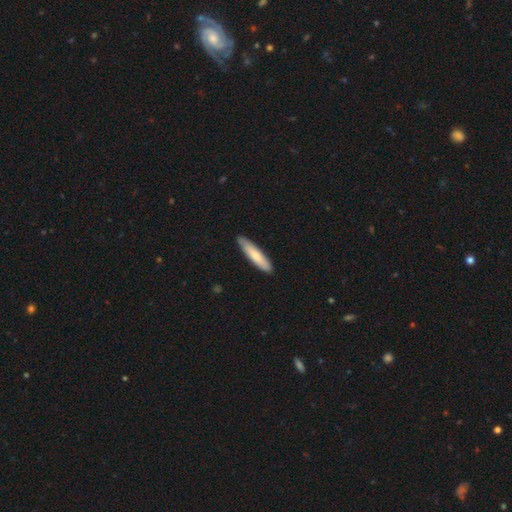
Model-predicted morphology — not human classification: A smooth galaxy with no disk features (77%) that is cigar-shaped (82%).

Vote fractions:
- Smooth or featured? smooth: 77% / featured or disk: 18% / star or artifact: 5%
- How rounded? cigar-shaped: 82% / in between: 16% / round: 1%
- Merging? none: 87% / minor disturbance: 10% / major disturbance: 2% / merger: 1%